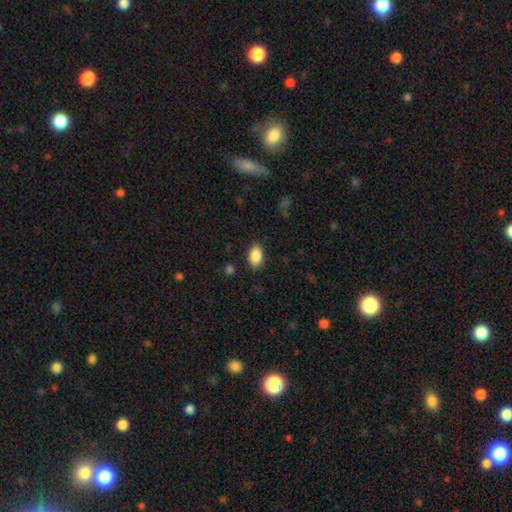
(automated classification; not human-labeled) Smooth or featured? Predicted: smooth (p=0.87). How rounded? Predicted: in between (p=0.92). Merging? Predicted: none (p=0.85).